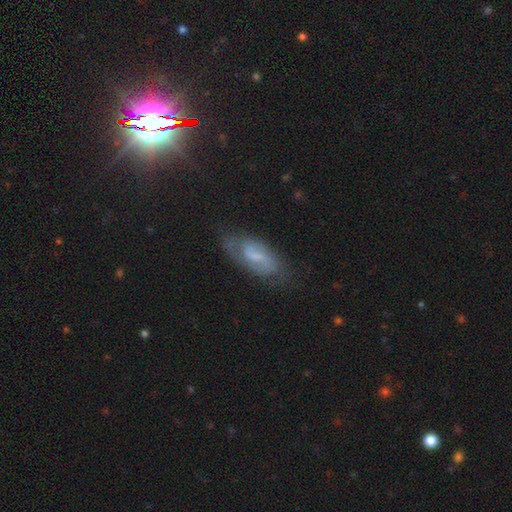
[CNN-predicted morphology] Smooth or featured: featured or disk — 64% (smooth — 27%)
Edge-on disk: no — 92% (yes — 8%)
Bar: weak — 55% (strong — 24%)
Spiral arms: yes — 85% (no — 15%)
Spiral winding: medium — 45% (loose — 29%)
Spiral arm count: 2 — 78% (can't tell — 14%)
Bulge size: small — 38% (none — 34%)
Merging: none — 72% (minor disturbance — 19%)